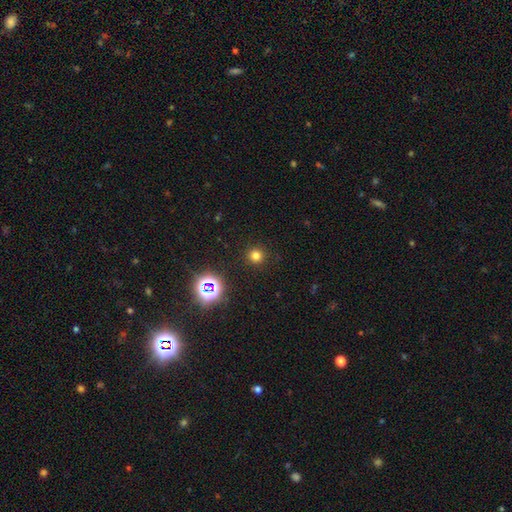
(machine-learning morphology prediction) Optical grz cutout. It shows a smooth galaxy with no disk features (73%) that is round (94%). Merging: none (91%).